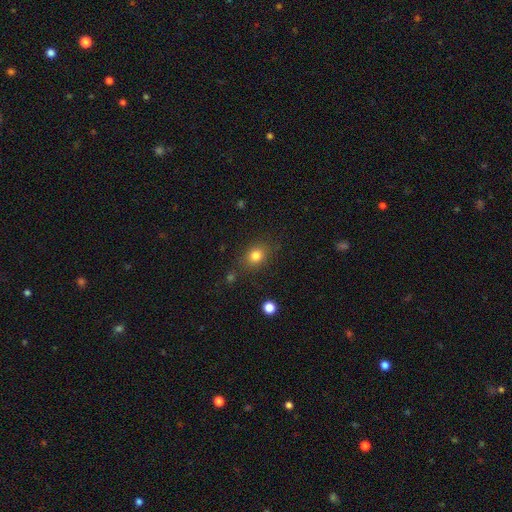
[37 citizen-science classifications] A smooth galaxy with no disk features (100%) that is in between round and cigar-shaped (54%). Merging: none (78%).